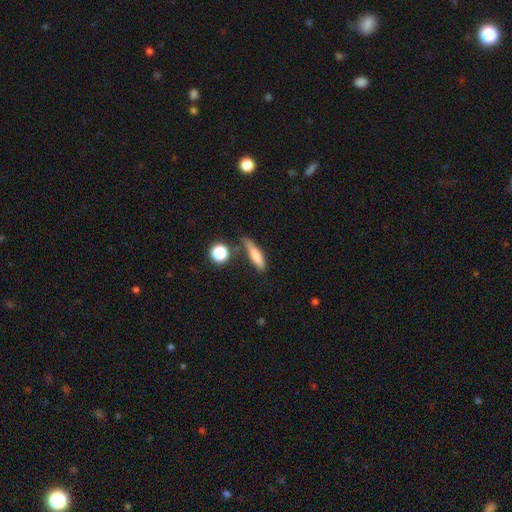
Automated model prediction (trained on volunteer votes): A smooth galaxy with no disk features (74%) that is cigar-shaped (72%). Merging: none (60%).